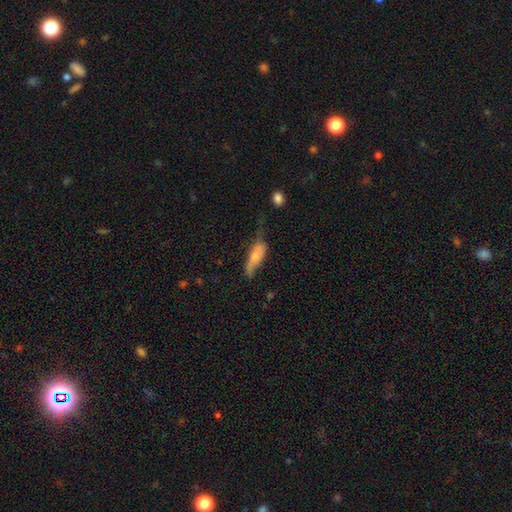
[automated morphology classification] Smooth or featured? Predicted: smooth (p=0.68). How rounded? Predicted: in between (p=0.55). Merging? Predicted: none (p=0.38).